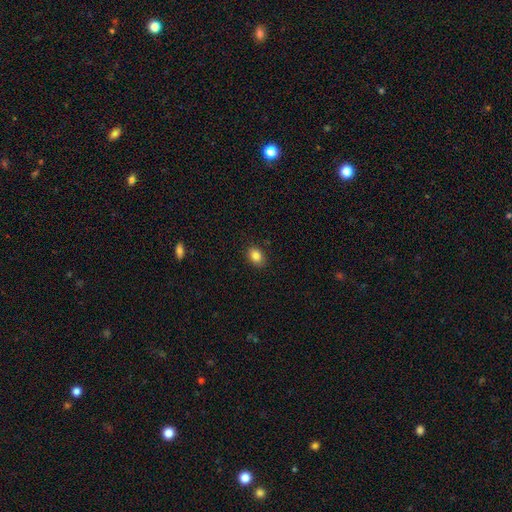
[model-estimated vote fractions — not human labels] Smooth or featured? Predicted: smooth (p=0.84). How rounded? Predicted: in between (p=0.68). Merging? Predicted: none (p=0.88).